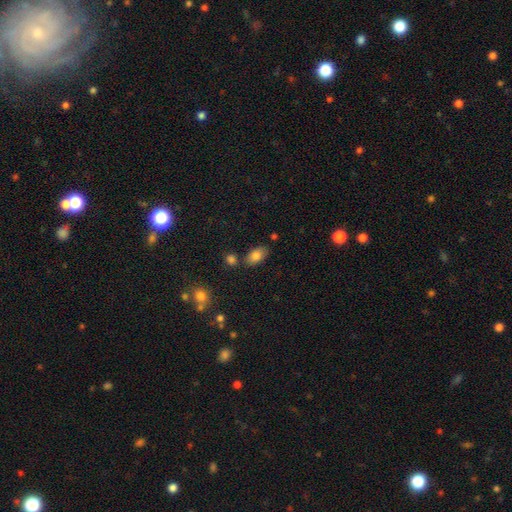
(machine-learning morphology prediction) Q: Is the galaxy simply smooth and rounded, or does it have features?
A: smooth — 82%.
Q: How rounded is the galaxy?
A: in between — 91%.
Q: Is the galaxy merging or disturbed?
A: none — 75%.